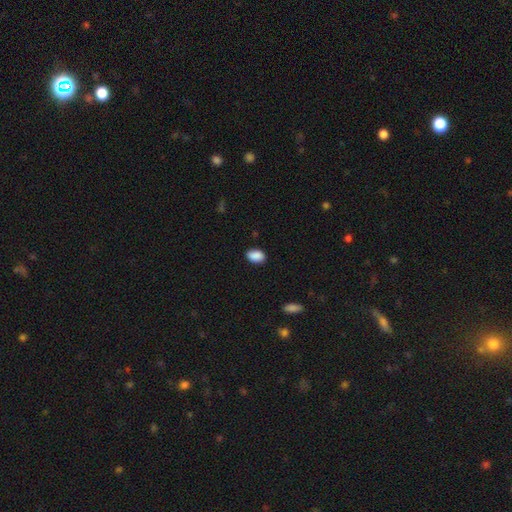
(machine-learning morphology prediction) smooth-or-featured: smooth: 89% | star or artifact: 8% | featured or disk: 3%
  how-rounded: in between: 84% | round: 14% | cigar-shaped: 1%
  merging: none: 84% | minor disturbance: 12% | major disturbance: 2% | merger: 1%